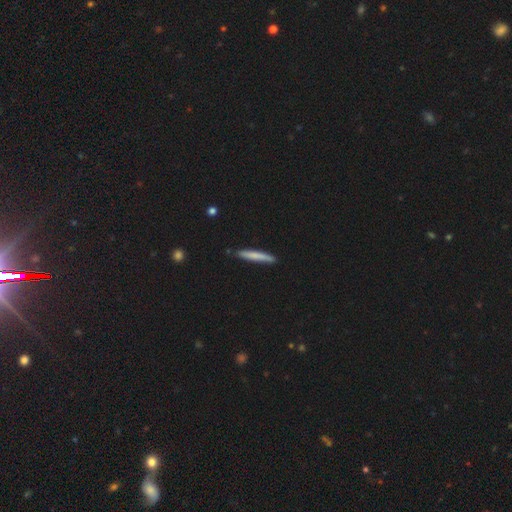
Smooth or featured: smooth — 72% (featured or disk — 22%)
How rounded: cigar-shaped — 96% (in between — 4%)
Merging: none — 79% (minor disturbance — 15%)